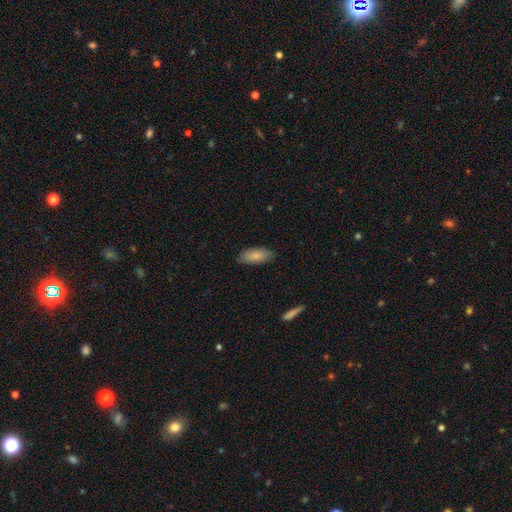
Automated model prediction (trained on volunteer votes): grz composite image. It shows a smooth galaxy with no disk features (83%) that is in between round and cigar-shaped (86%). Merging: none (82%).